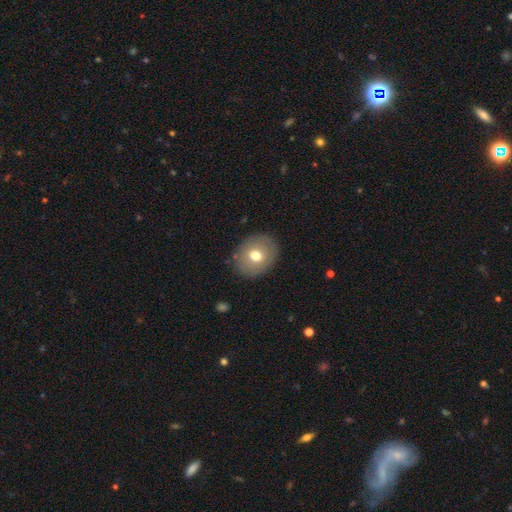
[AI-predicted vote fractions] smooth-or-featured: smooth: 69% | featured or disk: 22% | star or artifact: 9%
  how-rounded: round: 57% | in between: 42% | cigar-shaped: 1%
  merging: none: 86% | minor disturbance: 9% | major disturbance: 3% | merger: 1%